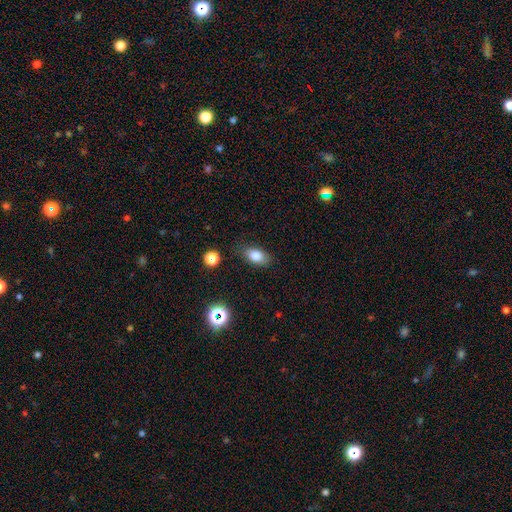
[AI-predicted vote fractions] smooth-or-featured: smooth: 80% | featured or disk: 10% | star or artifact: 10%
  how-rounded: in between: 87% | round: 10% | cigar-shaped: 4%
  merging: none: 82% | minor disturbance: 13% | major disturbance: 3% | merger: 2%